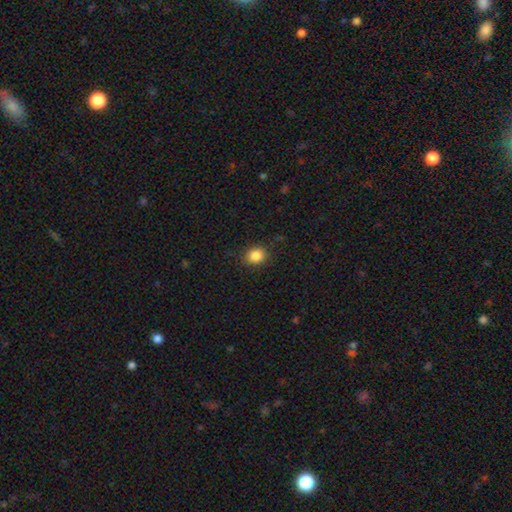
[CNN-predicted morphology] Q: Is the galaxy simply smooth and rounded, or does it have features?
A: smooth — 85%.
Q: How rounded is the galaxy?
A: round — 61%.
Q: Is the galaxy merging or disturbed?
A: none — 86%.